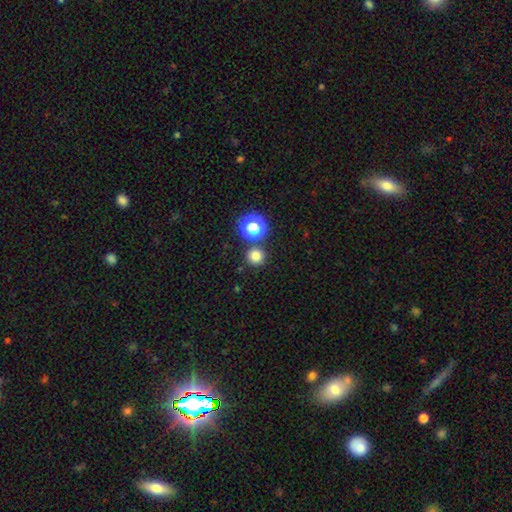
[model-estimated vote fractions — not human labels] This appears to be a smooth galaxy with no disk features (77%) that is round (94%). Merging: none (84%).